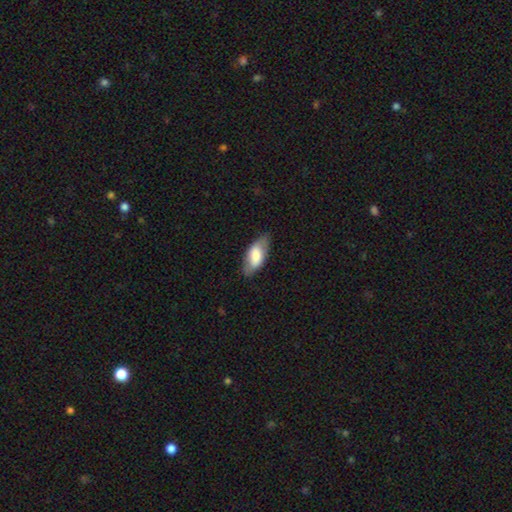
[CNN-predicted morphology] smooth 65%, featured or disk 29%, star or artifact 6%. Down the decision tree: how rounded — in between (86%); merging — none (73%).